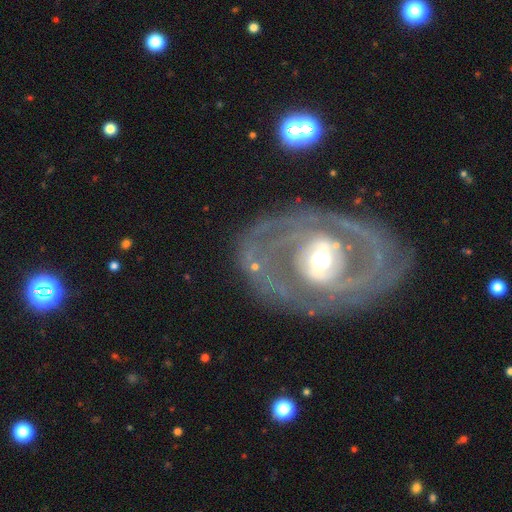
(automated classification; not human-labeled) Smooth or featured? Predicted: featured or disk (p=0.85). Edge-on disk? Predicted: no (p=0.96). Bar? Predicted: no (p=0.46). Spiral arms? Predicted: yes (p=0.80). Spiral winding? Predicted: tight (p=0.55). Spiral arm count? Predicted: 2 (p=0.56). Bulge size? Predicted: moderate (p=0.62). Merging? Predicted: none (p=0.75).